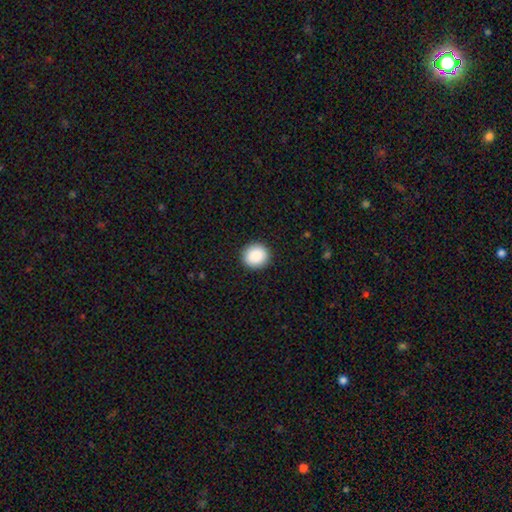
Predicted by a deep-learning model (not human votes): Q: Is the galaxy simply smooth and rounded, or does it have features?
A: smooth — 89%.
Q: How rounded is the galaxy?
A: round — 88%.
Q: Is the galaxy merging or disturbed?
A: none — 92%.